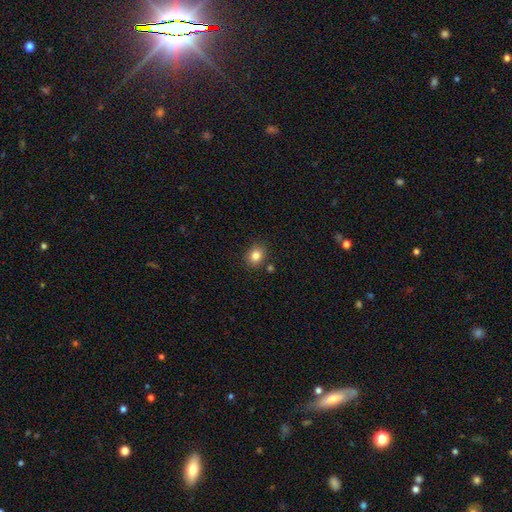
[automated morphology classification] smooth-or-featured: smooth: 83% | star or artifact: 11% | featured or disk: 7%
  how-rounded: round: 56% | in between: 44% | cigar-shaped: 1%
  merging: none: 83% | minor disturbance: 10% | merger: 5% | major disturbance: 3%